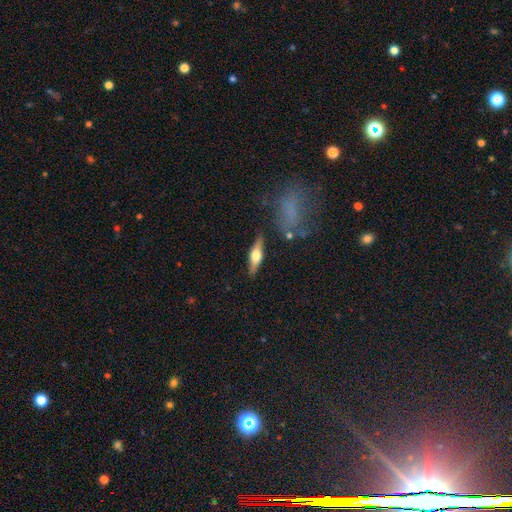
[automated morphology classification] smooth-or-featured: featured or disk: 56% | smooth: 38% | star or artifact: 6%
  disk-edge-on: yes: 93% | no: 7%
    edge-on-bulge: rounded: 93% | boxy: 5% | none: 2%
  merging: none: 84% | minor disturbance: 10% | merger: 3% | major disturbance: 3%